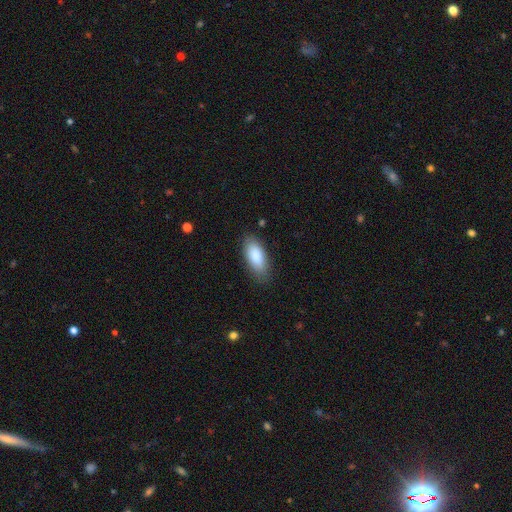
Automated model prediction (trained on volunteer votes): A smooth galaxy with no disk features (87%) that is in between round and cigar-shaped (87%). Merging: none (82%).